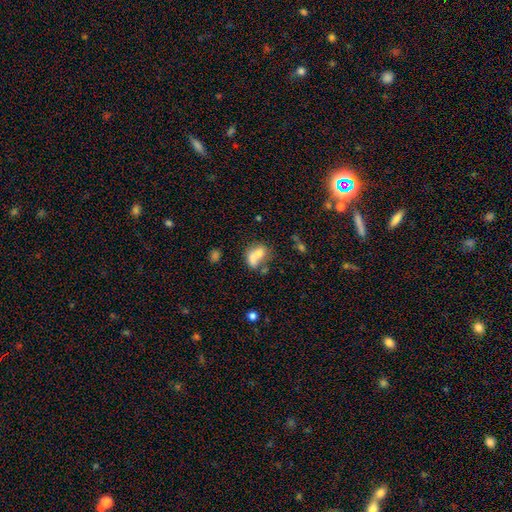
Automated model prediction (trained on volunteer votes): smooth-or-featured: smooth: 67% | featured or disk: 22% | star or artifact: 11%
  how-rounded: in between: 59% | round: 39% | cigar-shaped: 2%
  merging: merger: 62% | none: 22% | minor disturbance: 9% | major disturbance: 7%